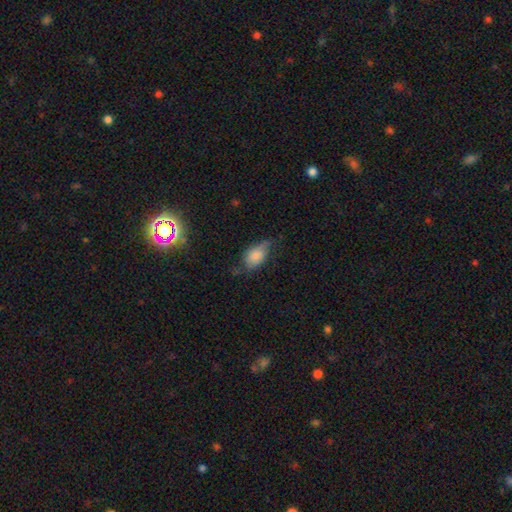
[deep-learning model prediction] The model was most divided on "merging": none: 47%, minor disturbance: 37%, major disturbance: 14%, merger: 2%. More confident: how rounded — in between (90%); smooth or featured — smooth (77%).